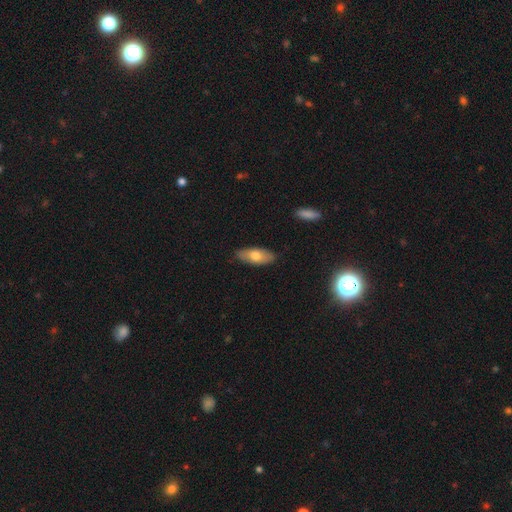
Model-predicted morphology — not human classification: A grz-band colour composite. It shows a smooth galaxy with no disk features (71%) that is in between round and cigar-shaped (83%). Merging: none (86%).